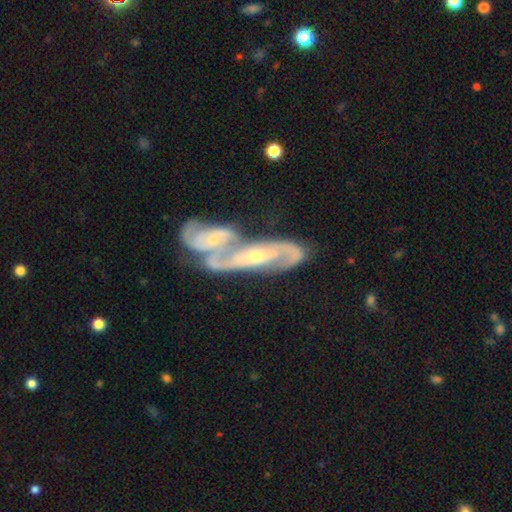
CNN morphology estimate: Smooth or featured: featured or disk — 83% (smooth — 10%)
Edge-on disk: no — 79% (yes — 21%)
Bar: no — 43% (weak — 33%)
Spiral arms: yes — 87% (no — 13%)
Spiral winding: medium — 39% (loose — 33%)
Spiral arm count: 2 — 78% (can't tell — 12%)
Bulge size: small — 52% (moderate — 41%)
Merging: merger — 60% (none — 23%)